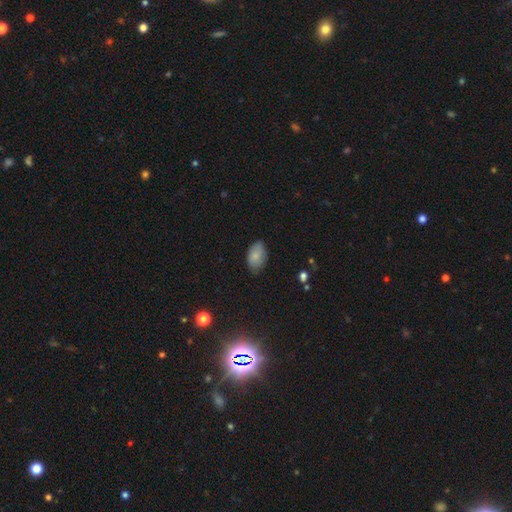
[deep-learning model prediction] This is clearly a smooth galaxy (83%). How rounded: clearly in between (91%). Merging: likely none (76%).